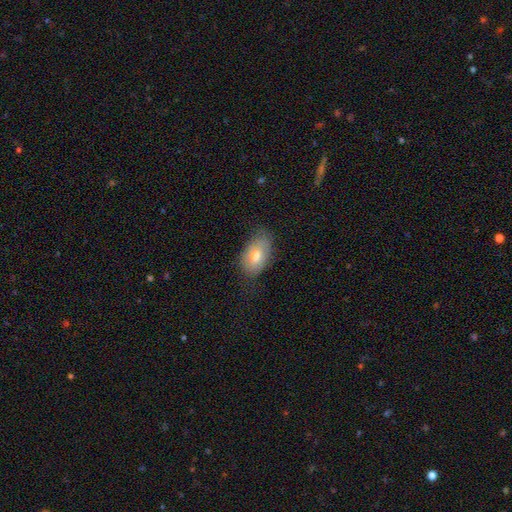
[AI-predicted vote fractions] A smooth galaxy with no disk features (70%) that is in between round and cigar-shaped (91%).

Vote fractions:
- Smooth or featured? smooth: 70% / featured or disk: 23% / star or artifact: 7%
- How rounded? in between: 91% / round: 7% / cigar-shaped: 2%
- Merging? none: 66% / minor disturbance: 26% / major disturbance: 6% / merger: 1%